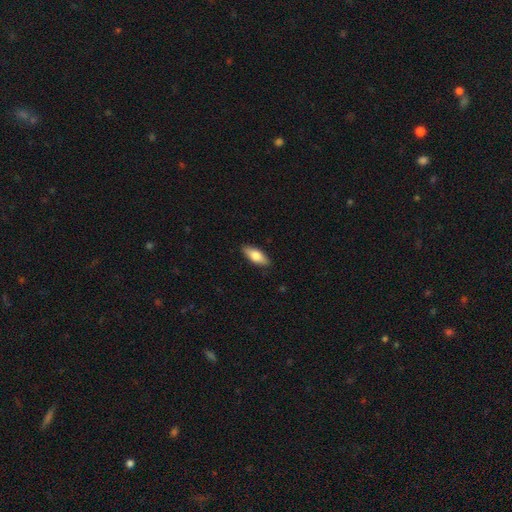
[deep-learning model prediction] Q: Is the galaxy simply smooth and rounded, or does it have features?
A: smooth — 72%.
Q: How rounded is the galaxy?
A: in between — 74%.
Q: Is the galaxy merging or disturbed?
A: none — 89%.